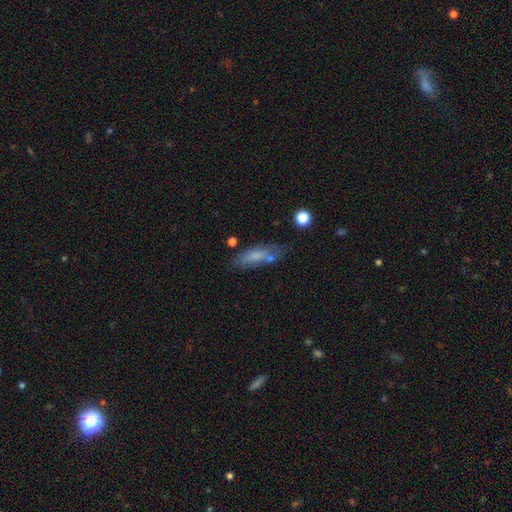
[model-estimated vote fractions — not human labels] Smooth or featured?
  - smooth: 72% *
  - featured or disk: 20%
  - star or artifact: 9%
How rounded?
  - in between: 60% *
  - cigar-shaped: 38%
  - round: 3%
Merging?
  - none: 60% *
  - minor disturbance: 22%
  - merger: 10%
  - major disturbance: 8%